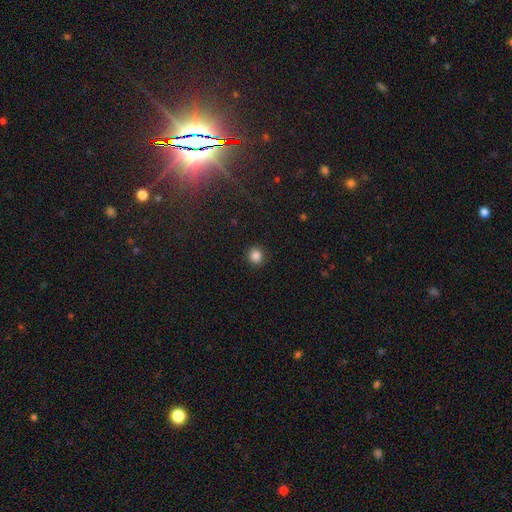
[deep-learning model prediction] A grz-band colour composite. It shows a smooth galaxy with no disk features (85%) that is round (87%). Merging: none (92%).